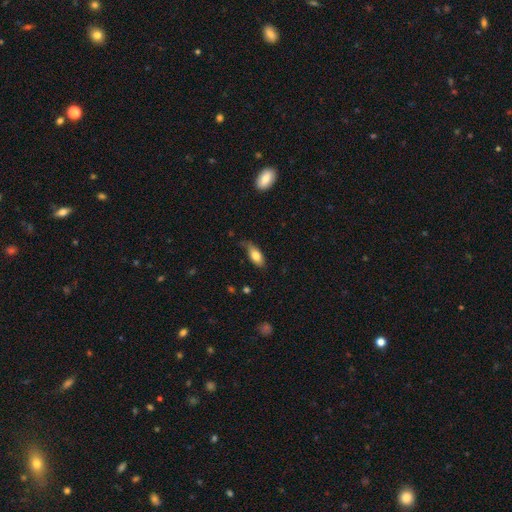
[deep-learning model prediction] This appears to be a smooth galaxy with no disk features (79%) that is in between round and cigar-shaped (86%). Merging: none (56%).